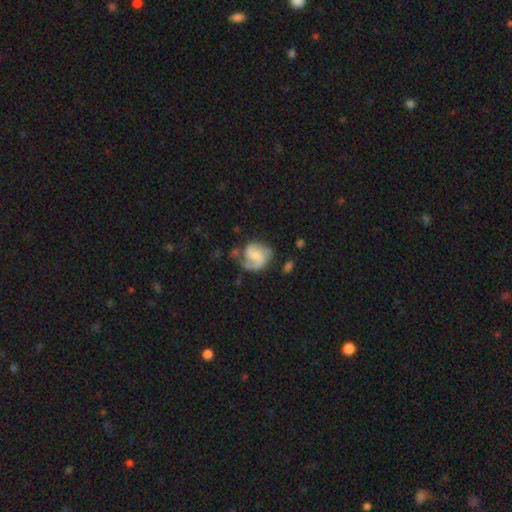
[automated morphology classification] smooth-or-featured: featured or disk: 76% | smooth: 18% | star or artifact: 6%
  disk-edge-on: no: 98% | yes: 2%
    bar: weak: 47% | no: 39% | strong: 13%
    has-spiral-arms: yes: 93% | no: 7%
      spiral-winding: medium: 48% | loose: 28% | tight: 24%
      spiral-arm-count: 2: 71% | 1: 18% | can't tell: 6% | 3: 2% | 4: 1% | more than 4: 1%
    bulge-size: small: 44% | moderate: 30% | none: 21% | large: 5% | dominant: 1%
  merging: none: 53% | minor disturbance: 24% | major disturbance: 19% | merger: 4%